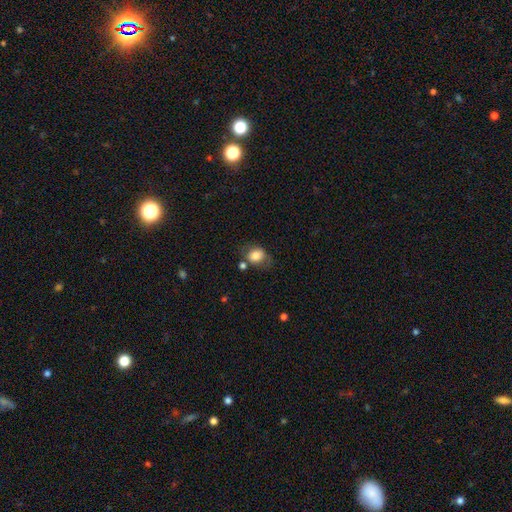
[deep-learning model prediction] Smooth or featured? smooth (77%)
How rounded? round (53%)
Merging? none (56%)